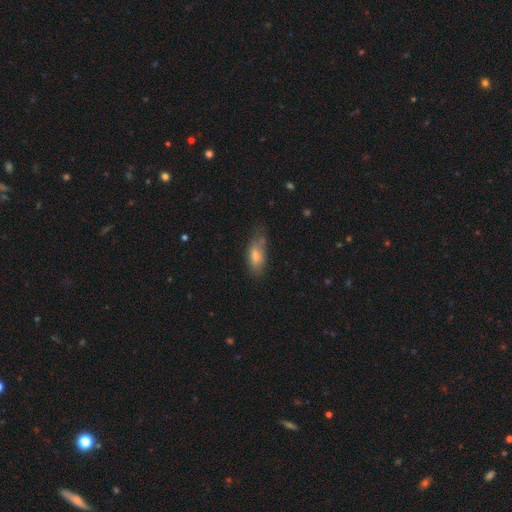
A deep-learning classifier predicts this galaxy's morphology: This is likely a smooth galaxy (66%). How rounded: likely in between (72%). Merging: possibly none (55%).